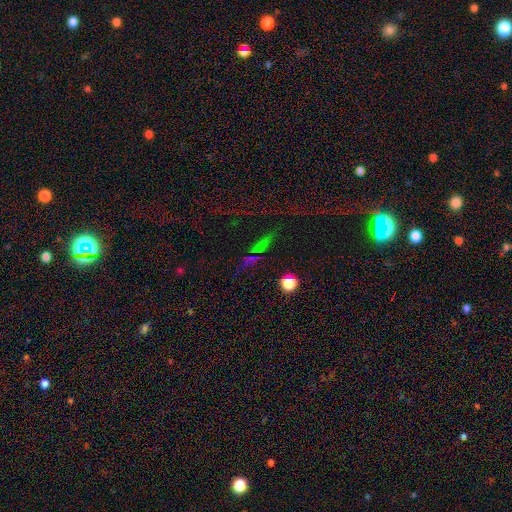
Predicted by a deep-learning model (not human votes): Smooth or featured? Predicted: star or artifact (p=0.53).